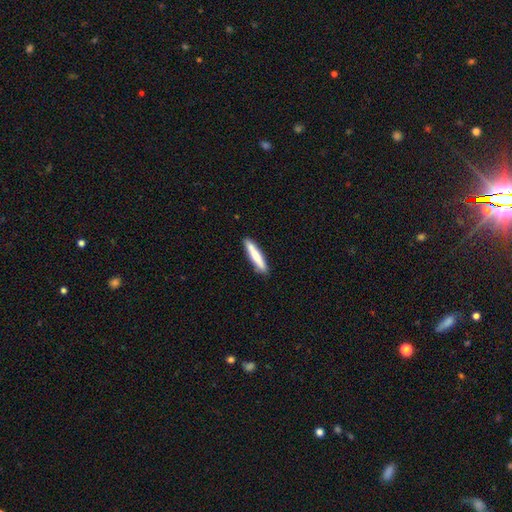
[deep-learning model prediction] Morphology: type=smooth (73%); roundness=cigar-shaped (91%); merging=none (88%).